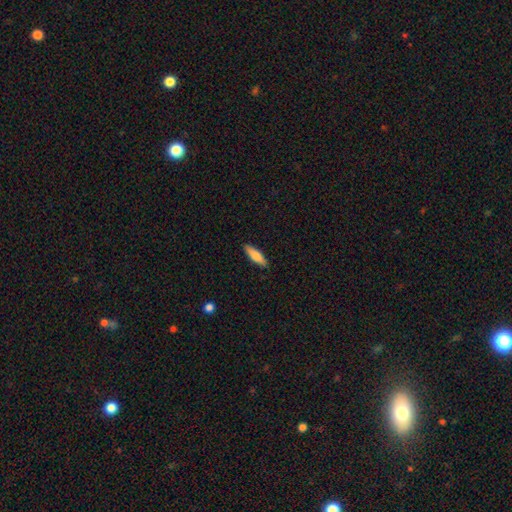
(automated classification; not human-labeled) Smooth or featured?
  - smooth: 78% *
  - featured or disk: 17%
  - star or artifact: 5%
How rounded?
  - cigar-shaped: 61% *
  - in between: 37%
  - round: 2%
Merging?
  - none: 88% *
  - minor disturbance: 9%
  - major disturbance: 2%
  - merger: 1%